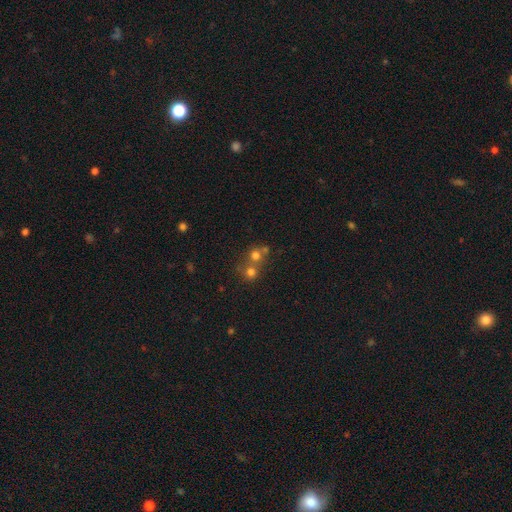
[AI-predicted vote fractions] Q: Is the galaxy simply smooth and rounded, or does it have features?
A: smooth — 69%.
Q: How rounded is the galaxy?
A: round — 87%.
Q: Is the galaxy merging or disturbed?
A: merger — 49%.